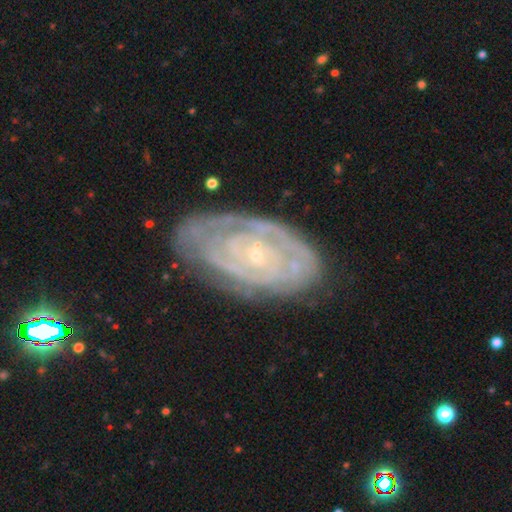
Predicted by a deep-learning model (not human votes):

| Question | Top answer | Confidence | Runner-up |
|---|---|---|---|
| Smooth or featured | featured or disk | 83% | smooth (11%) |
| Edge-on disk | no | 95% | yes (5%) |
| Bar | no | 74% | weak (19%) |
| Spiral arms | yes | 90% | no (10%) |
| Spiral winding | tight | 79% | medium (17%) |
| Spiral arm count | can't tell | 42% | 2 (25%) |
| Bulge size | small | 85% | moderate (11%) |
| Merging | none | 73% | minor disturbance (19%) |